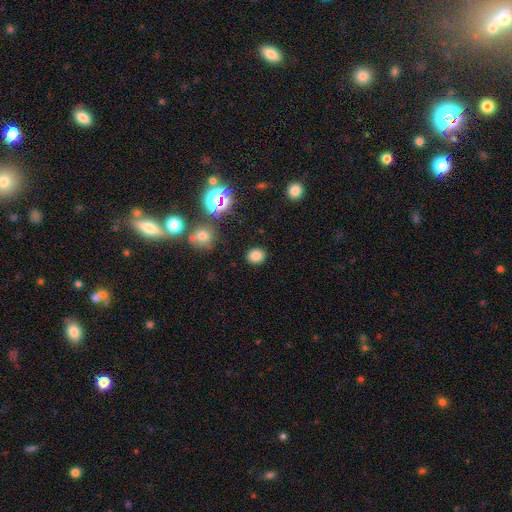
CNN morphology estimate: Overall: smooth (79%). How rounded: round (67%; in between 32%). Merging: none (88%).